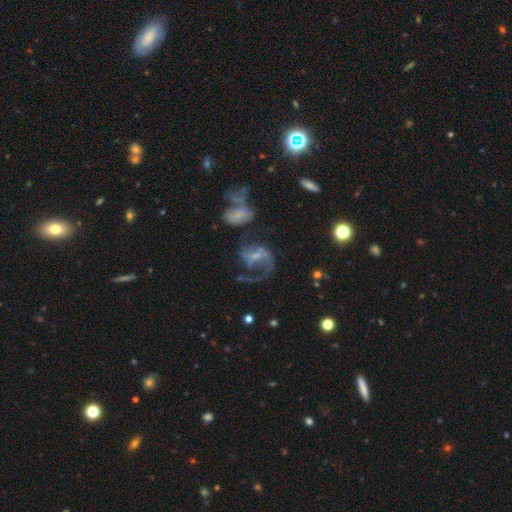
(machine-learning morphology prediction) A featured or disk galaxy (73%) with a weak bar (43%), 1 (49%) loose (42%) spiral arms (80%) and a small central bulge (44%). Merging: major disturbance (39%).